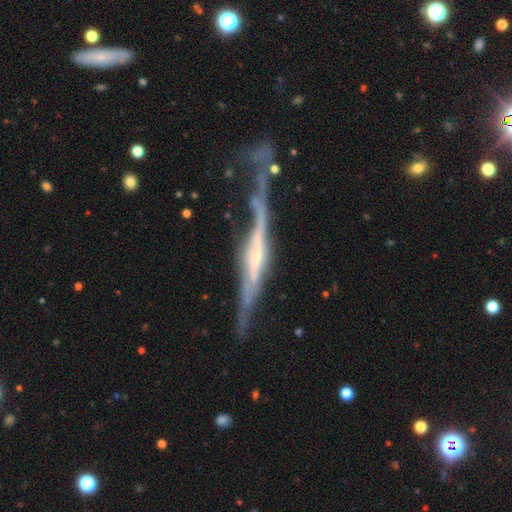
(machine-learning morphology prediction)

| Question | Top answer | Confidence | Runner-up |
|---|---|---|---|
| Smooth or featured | featured or disk | 80% | smooth (14%) |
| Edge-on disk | yes | 86% | no (14%) |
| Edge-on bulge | rounded | 40% | boxy (32%) |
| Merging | none | 43% | minor disturbance (26%) |